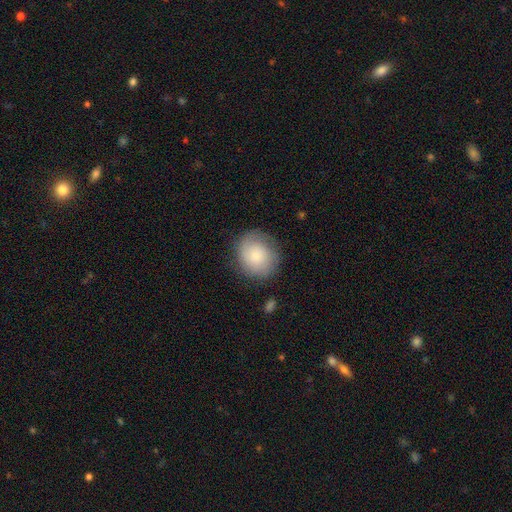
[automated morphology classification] smooth_or_featured: smooth (p=0.75) [alt: featured or disk p=0.18]
how_rounded: round (p=0.80) [alt: in between p=0.19]
merging: none (p=0.77) [alt: minor disturbance p=0.16]